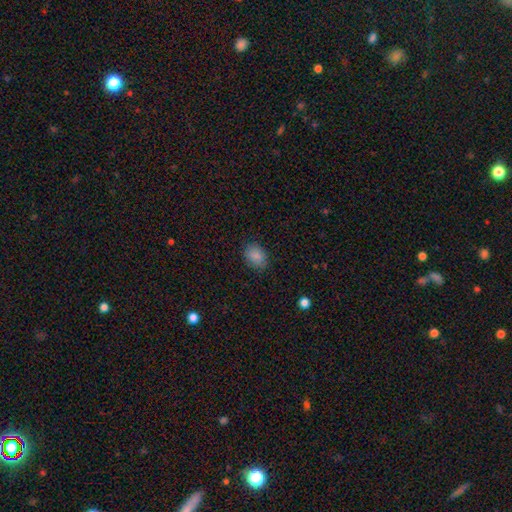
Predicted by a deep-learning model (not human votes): The model was most divided on "how rounded": in between: 73%, round: 26%, cigar-shaped: 1%. More confident: smooth or featured — smooth (86%); merging — none (82%).